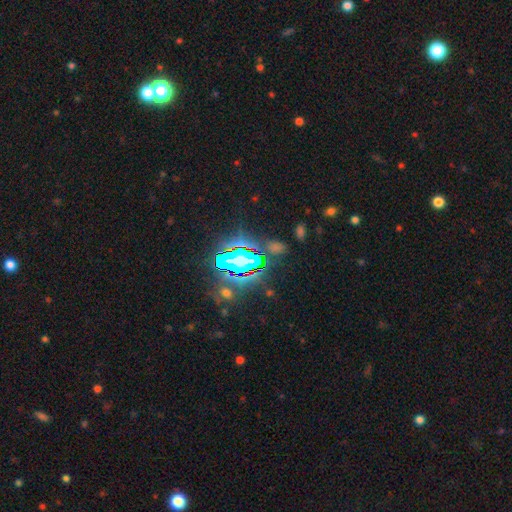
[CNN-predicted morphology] This is clearly a star or artifact rather than a galaxy (85%).